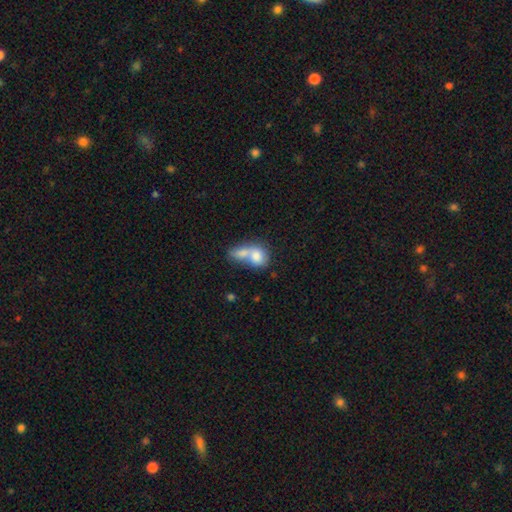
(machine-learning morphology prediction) Smooth or featured: smooth — 76% (featured or disk — 17%)
How rounded: in between — 60% (round — 37%)
Merging: merger — 73% (none — 15%)